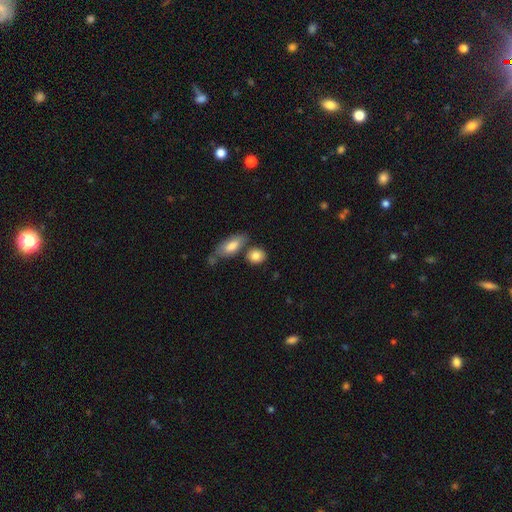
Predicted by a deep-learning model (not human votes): smooth 83%, featured or disk 10%, star or artifact 7%. Down the decision tree: how rounded — in between (49%); merging — none (65%).